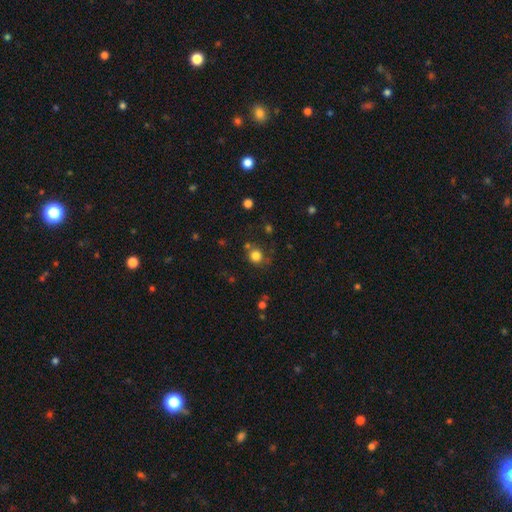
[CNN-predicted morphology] Smooth or featured? smooth (81%)
How rounded? round (89%)
Merging? none (71%)